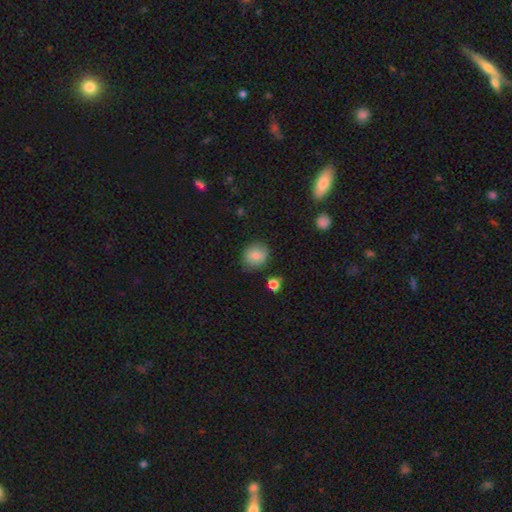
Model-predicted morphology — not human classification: The model was most divided on "how rounded": round: 72%, in between: 27%, cigar-shaped: 1%. More confident: merging — none (82%); smooth or featured — smooth (80%).